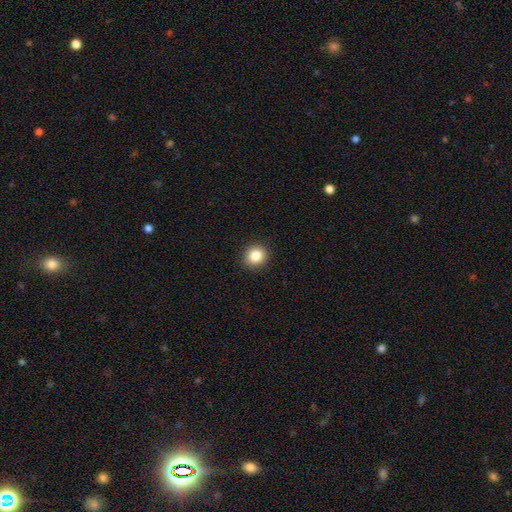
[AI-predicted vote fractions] This appears to be a smooth galaxy with no disk features (85%) that is round (84%). Merging: none (90%).